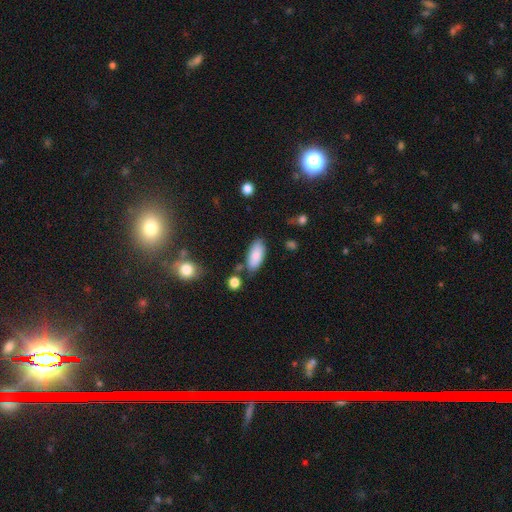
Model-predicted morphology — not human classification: Q: Smooth or featured?
A: smooth (87%); runner-up: featured or disk (7%)
Q: How rounded?
A: in between (88%); runner-up: cigar-shaped (10%)
Q: Merging?
A: none (75%); runner-up: minor disturbance (15%)